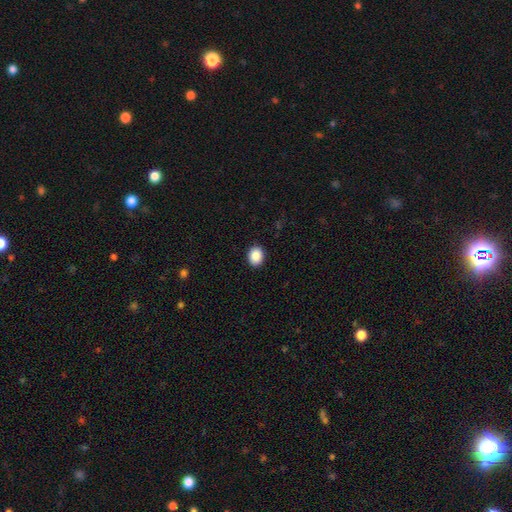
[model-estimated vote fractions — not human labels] A smooth galaxy with no disk features (89%) that is in between round and cigar-shaped (51%). Merging: none (91%).